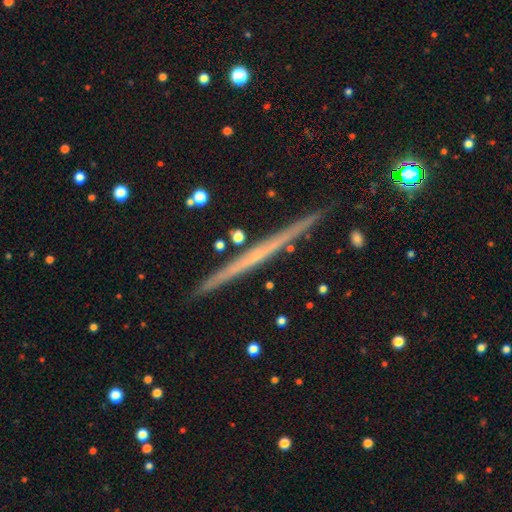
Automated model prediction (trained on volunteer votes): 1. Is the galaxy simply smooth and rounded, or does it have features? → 67% featured or disk, 26% smooth, 7% star or artifact.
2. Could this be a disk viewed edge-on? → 98% yes, 2% no.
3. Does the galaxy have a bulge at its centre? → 87% none, 10% rounded, 3% boxy.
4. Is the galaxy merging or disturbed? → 91% none, 6% minor disturbance, 1% merger, 1% major disturbance.